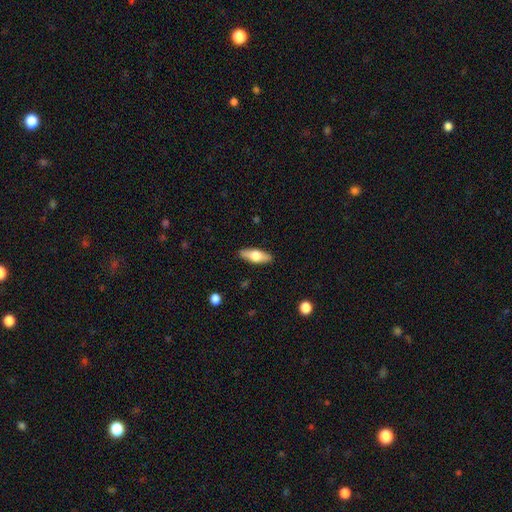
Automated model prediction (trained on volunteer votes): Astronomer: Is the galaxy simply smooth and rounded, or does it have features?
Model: smooth — 59% (runner-up: featured or disk, 35%).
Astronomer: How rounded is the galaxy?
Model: in between — 66%.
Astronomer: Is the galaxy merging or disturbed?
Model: none — 88%.